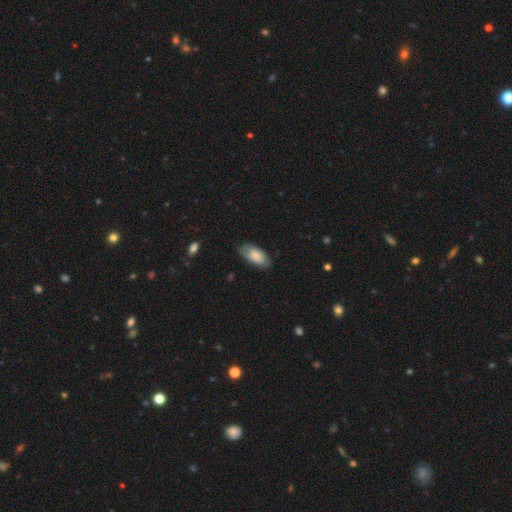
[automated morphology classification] smooth-or-featured: smooth: 80% | featured or disk: 14% | star or artifact: 6%
  how-rounded: in between: 91% | cigar-shaped: 7% | round: 2%
  merging: none: 75% | minor disturbance: 20% | major disturbance: 4% | merger: 1%